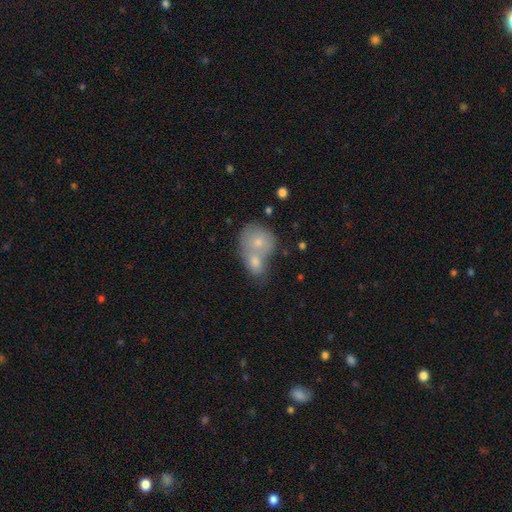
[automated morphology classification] Smooth or featured?
  - smooth: 59% *
  - featured or disk: 28%
  - star or artifact: 14%
How rounded?
  - round: 67% *
  - in between: 31%
  - cigar-shaped: 2%
Merging?
  - merger: 64% *
  - none: 27%
  - minor disturbance: 7%
  - major disturbance: 3%